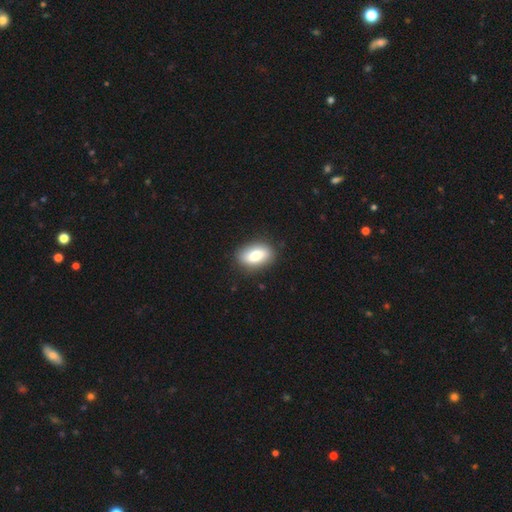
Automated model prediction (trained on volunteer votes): Smooth or featured? Predicted: smooth (p=0.76). How rounded? Predicted: in between (p=0.88). Merging? Predicted: none (p=0.87).